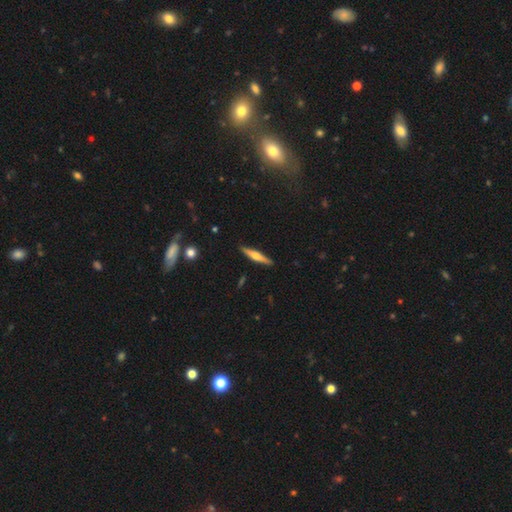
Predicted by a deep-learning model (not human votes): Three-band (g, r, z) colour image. It shows a featured or disk galaxy (60%) viewed edge-on (97%) with a rounded central bulge (87%). Merging: none (90%).